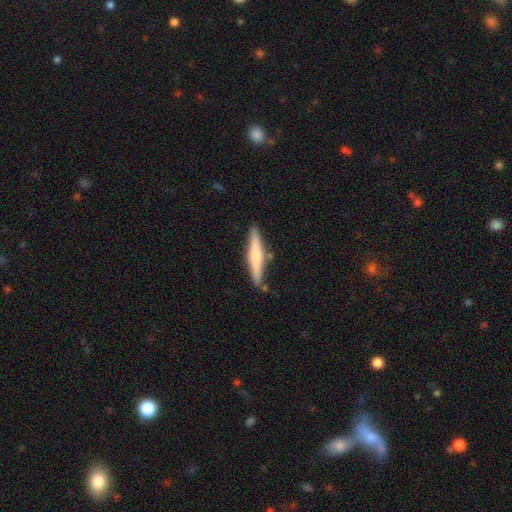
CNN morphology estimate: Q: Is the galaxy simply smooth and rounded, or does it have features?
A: smooth — 56%.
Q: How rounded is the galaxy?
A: cigar-shaped — 92%.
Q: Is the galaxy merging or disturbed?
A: none — 81%.